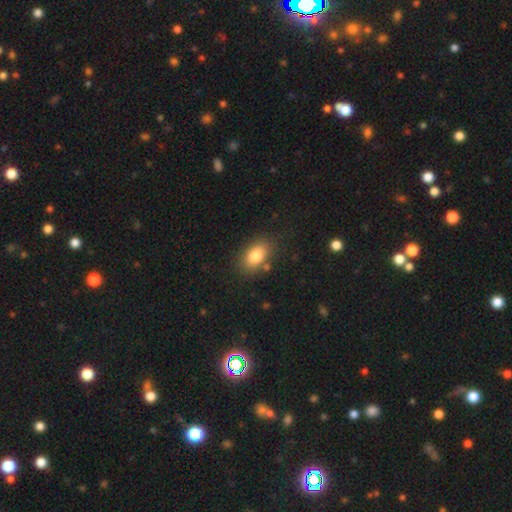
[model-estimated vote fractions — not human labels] Smooth or featured? Predicted: smooth (p=0.82). How rounded? Predicted: in between (p=0.87). Merging? Predicted: none (p=0.80).